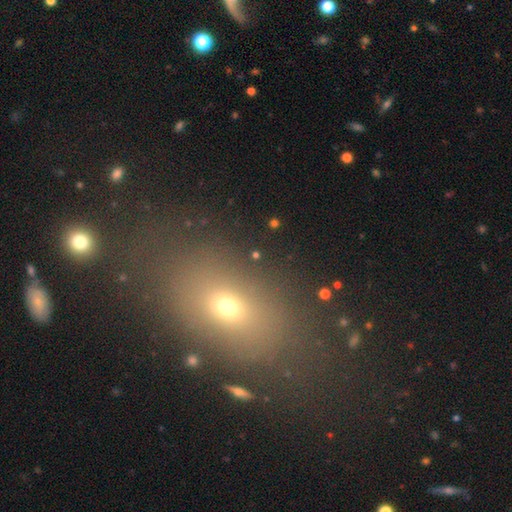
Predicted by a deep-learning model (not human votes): The model was most divided on "how rounded": in between: 57%, round: 36%, cigar-shaped: 6%. More confident: merging — none (75%); smooth or featured — smooth (54%).